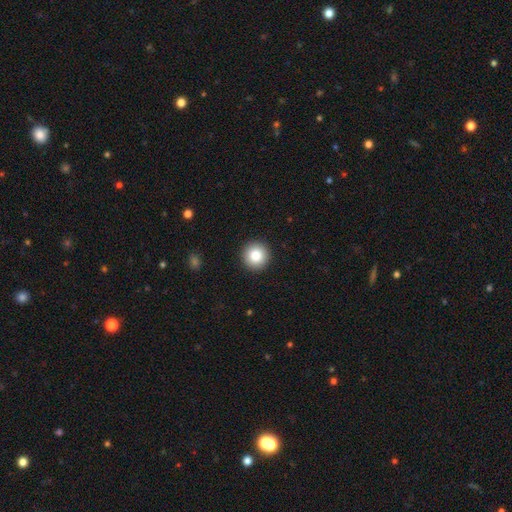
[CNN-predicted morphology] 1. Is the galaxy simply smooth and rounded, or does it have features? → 85% smooth, 9% star or artifact, 6% featured or disk.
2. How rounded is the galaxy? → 96% round, 3% in between, 1% cigar-shaped.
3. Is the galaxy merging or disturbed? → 93% none, 4% minor disturbance, 2% major disturbance, 1% merger.